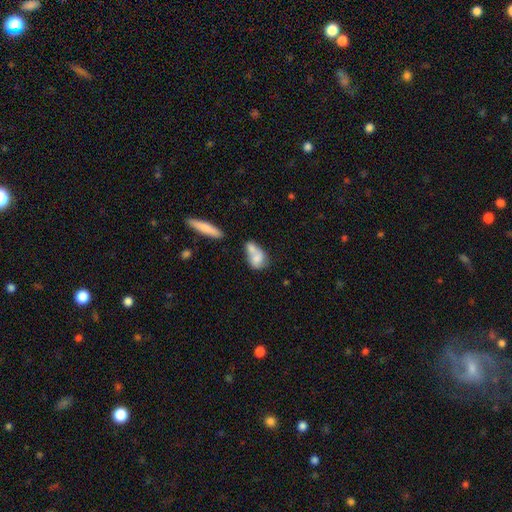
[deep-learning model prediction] Smooth or featured? Predicted: smooth (p=0.70). How rounded? Predicted: in between (p=0.73). Merging? Predicted: merger (p=0.59).